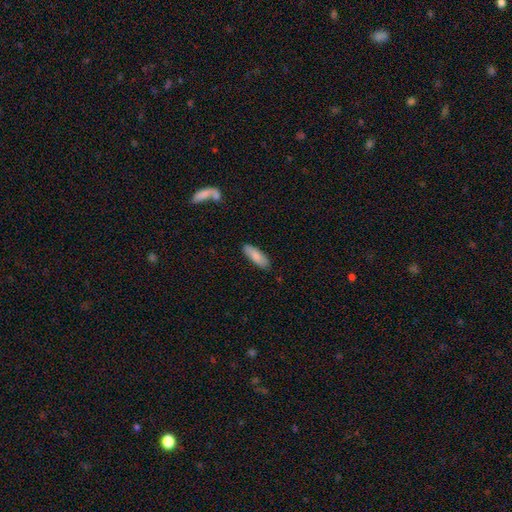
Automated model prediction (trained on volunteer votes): Morphology: type=smooth (84%); roundness=in between (58%); merging=none (84%).